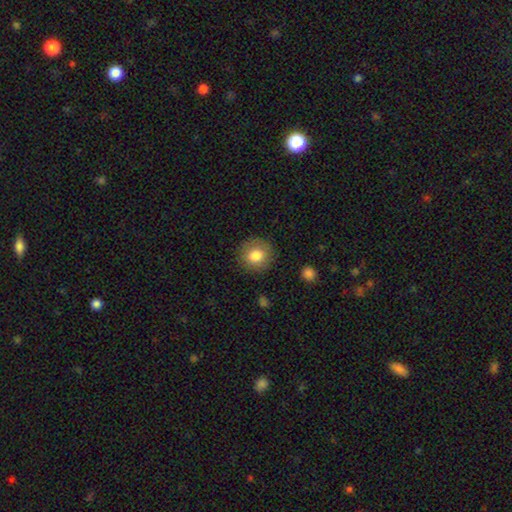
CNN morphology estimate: Smooth or featured: smooth — 81% (featured or disk — 10%)
How rounded: round — 88% (in between — 11%)
Merging: none — 86% (minor disturbance — 9%)